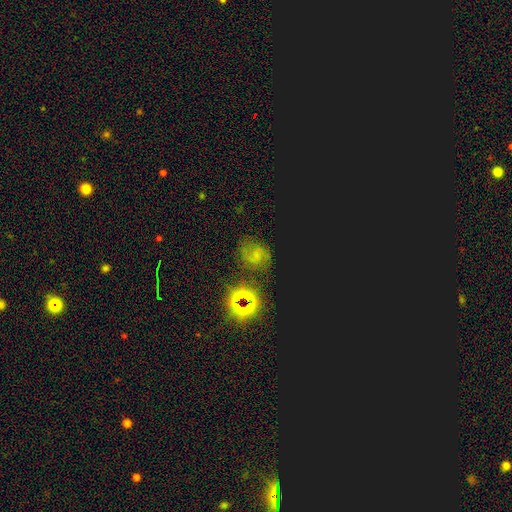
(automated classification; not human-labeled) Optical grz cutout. It shows a featured or disk galaxy (43%). Merging: none (65%).